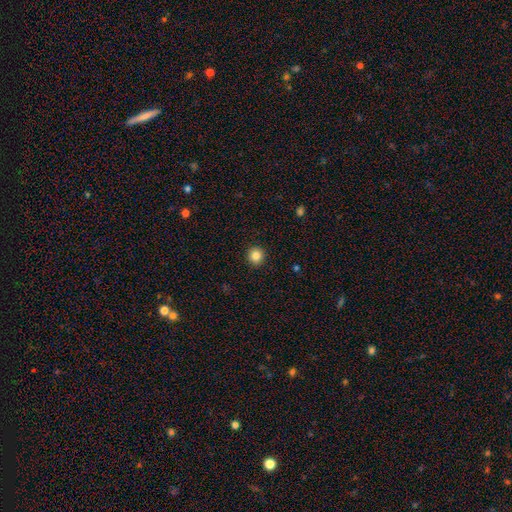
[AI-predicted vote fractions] Smooth or featured? Predicted: smooth (p=0.85). How rounded? Predicted: round (p=0.94). Merging? Predicted: none (p=0.93).